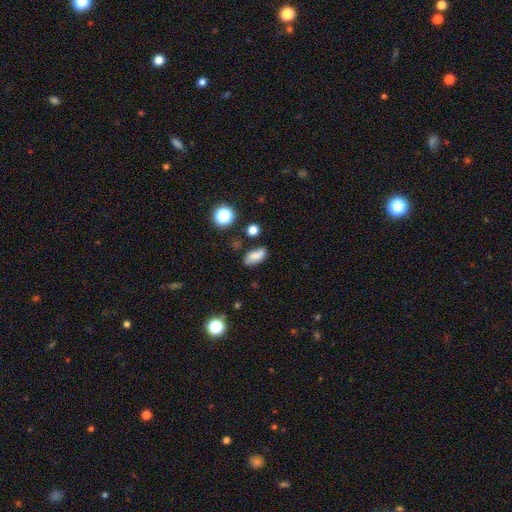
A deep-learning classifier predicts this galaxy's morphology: This is likely a smooth galaxy (75%). How rounded: clearly in between (85%). Merging: likely none (63%).